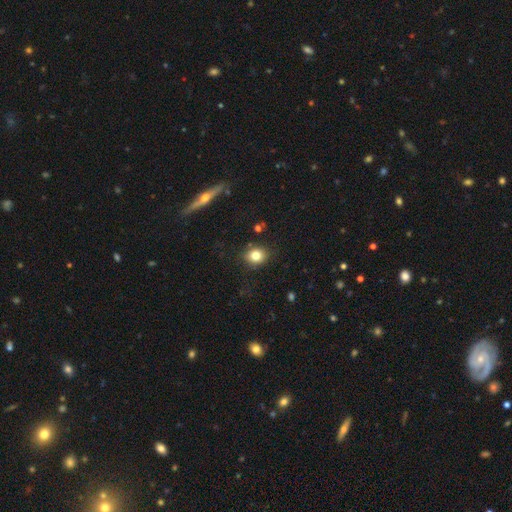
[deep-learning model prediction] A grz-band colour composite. It shows a smooth galaxy with no disk features (80%) that is round (69%). Merging: none (85%).